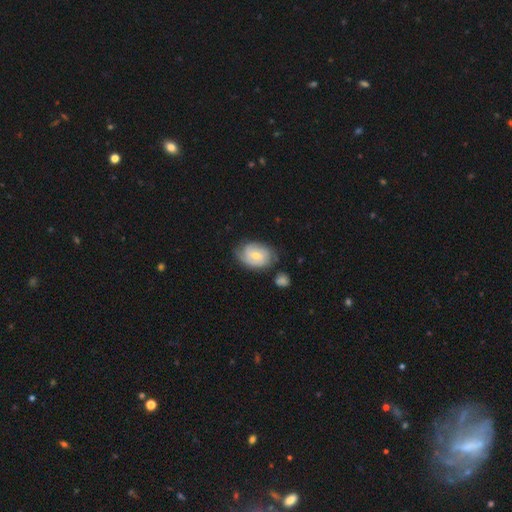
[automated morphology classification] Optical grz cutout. It shows a featured or disk galaxy (68%) with no bar (52%), 2 (38%) tight (59%) spiral arms (89%) and a moderate central bulge (56%). Merging: none (67%).